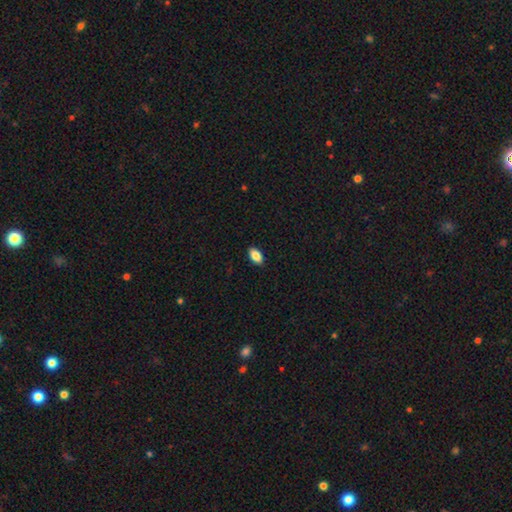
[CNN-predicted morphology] Smooth or featured? Predicted: smooth (p=0.87). How rounded? Predicted: in between (p=0.92). Merging? Predicted: none (p=0.90).